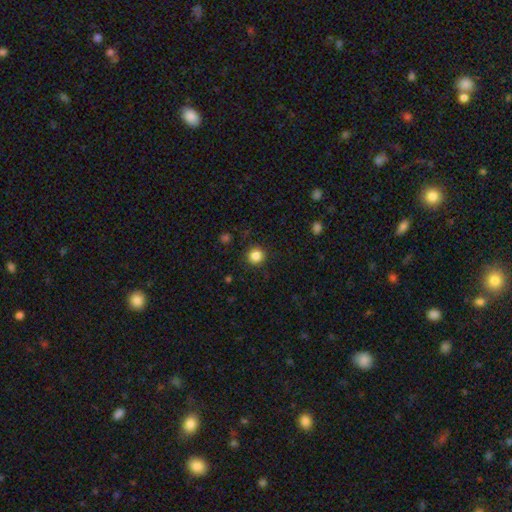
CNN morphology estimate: Smooth or featured? smooth (86%)
How rounded? round (95%)
Merging? none (91%)